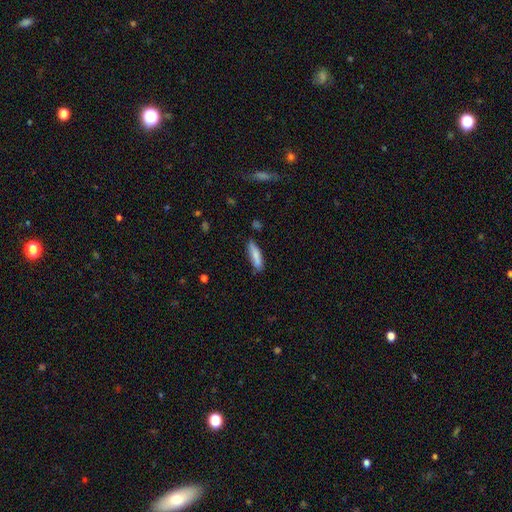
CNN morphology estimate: smooth_or_featured: smooth (p=0.81) [alt: featured or disk p=0.13]
how_rounded: cigar-shaped (p=0.65) [alt: in between p=0.33]
merging: none (p=0.73) [alt: minor disturbance p=0.20]